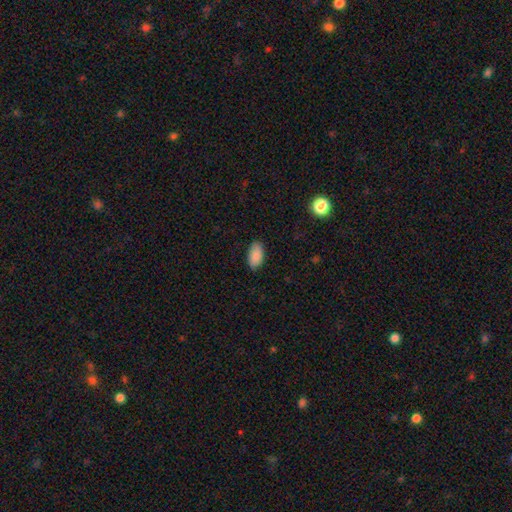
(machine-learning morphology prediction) Overall: smooth (88%). How rounded: in between (95%). Merging: none (85%).